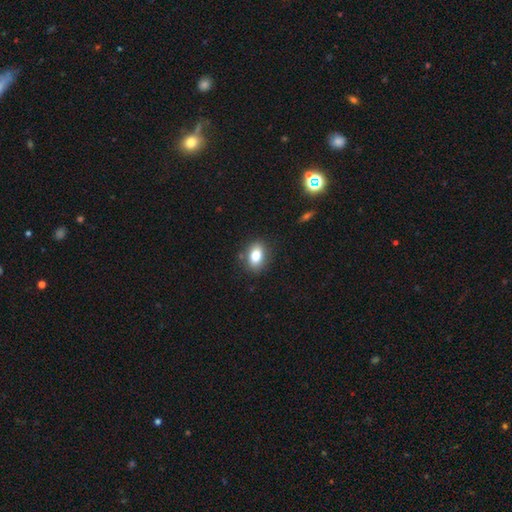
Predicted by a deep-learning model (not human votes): smooth_or_featured: smooth (p=0.81) [alt: featured or disk p=0.10]
how_rounded: in between (p=0.80) [alt: round p=0.18]
merging: none (p=0.83) [alt: minor disturbance p=0.12]